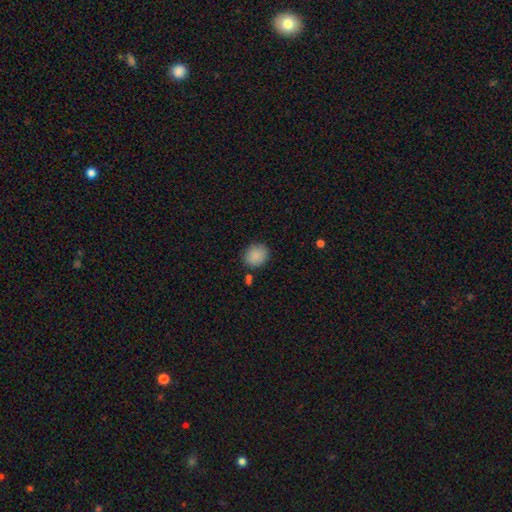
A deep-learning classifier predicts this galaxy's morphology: smooth_or_featured: smooth (p=0.88) [alt: star or artifact p=0.08]
how_rounded: round (p=0.66) [alt: in between p=0.33]
merging: none (p=0.83) [alt: minor disturbance p=0.11]